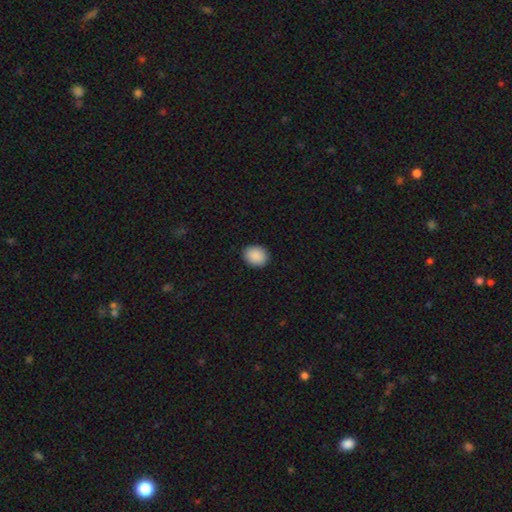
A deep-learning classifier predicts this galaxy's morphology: Smooth or featured? Predicted: smooth (p=0.90). How rounded? Predicted: round (p=0.53). Merging? Predicted: none (p=0.90).